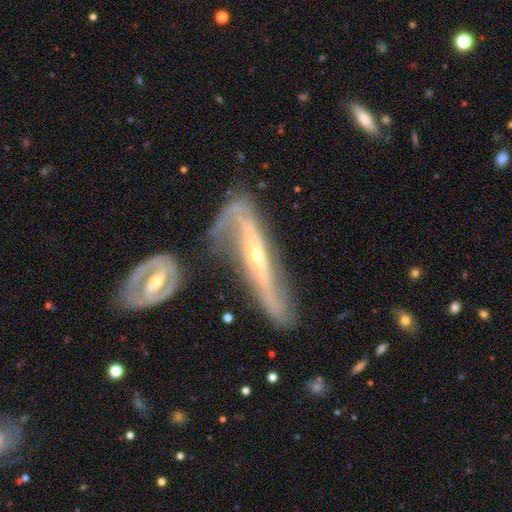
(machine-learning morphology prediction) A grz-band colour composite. It shows a featured or disk galaxy (82%). Merging: none (46%).